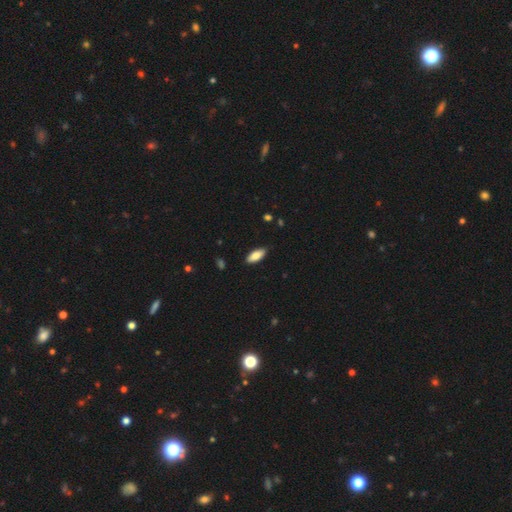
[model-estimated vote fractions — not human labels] Smooth or featured?
  - smooth: 83% *
  - featured or disk: 11%
  - star or artifact: 6%
How rounded?
  - in between: 83% *
  - cigar-shaped: 15%
  - round: 2%
Merging?
  - none: 88% *
  - minor disturbance: 10%
  - major disturbance: 2%
  - merger: 1%